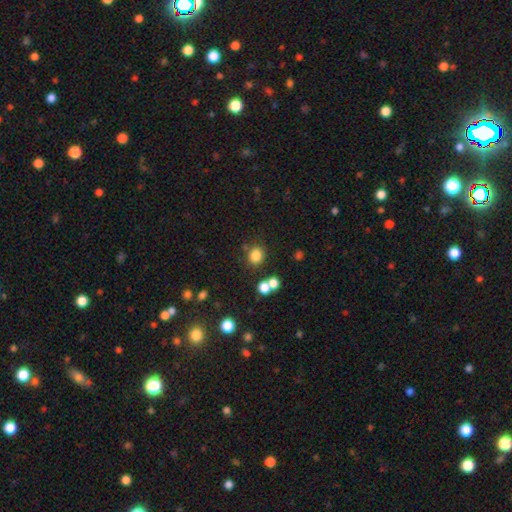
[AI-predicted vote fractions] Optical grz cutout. It shows a smooth galaxy with no disk features (81%) that is round (79%). Merging: none (76%).